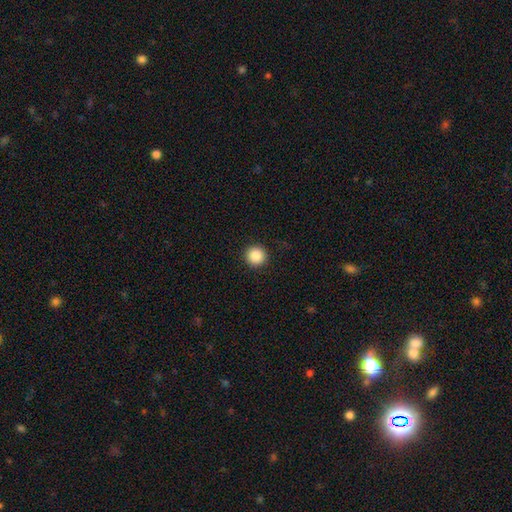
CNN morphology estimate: Q: Smooth or featured?
A: smooth (88%); runner-up: star or artifact (9%)
Q: How rounded?
A: round (96%); runner-up: in between (3%)
Q: Merging?
A: none (93%); runner-up: minor disturbance (5%)